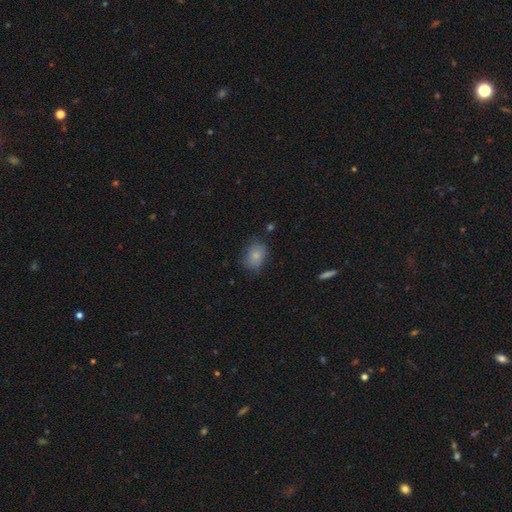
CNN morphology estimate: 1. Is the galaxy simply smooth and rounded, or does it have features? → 81% smooth, 10% featured or disk, 8% star or artifact.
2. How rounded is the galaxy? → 64% in between, 35% round, 1% cigar-shaped.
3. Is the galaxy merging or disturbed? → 69% none, 23% minor disturbance, 6% major disturbance, 2% merger.